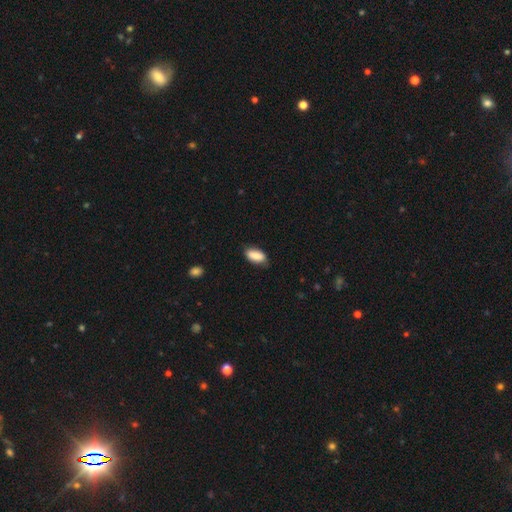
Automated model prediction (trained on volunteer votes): Smooth or featured? Predicted: smooth (p=0.86). How rounded? Predicted: in between (p=0.90). Merging? Predicted: none (p=0.78).